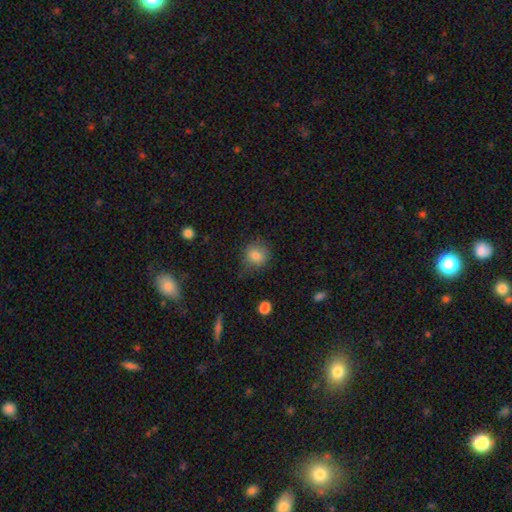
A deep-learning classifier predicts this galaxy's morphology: A smooth galaxy with no disk features (81%) that is round (85%). Merging: none (76%).